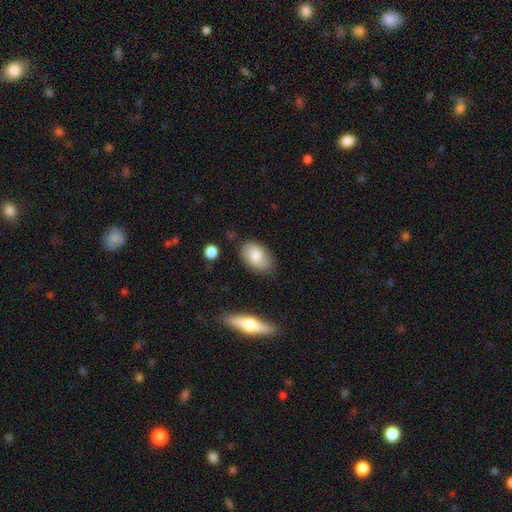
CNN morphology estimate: type=smooth (76%); roundness=in between (90%); merging=none (76%).